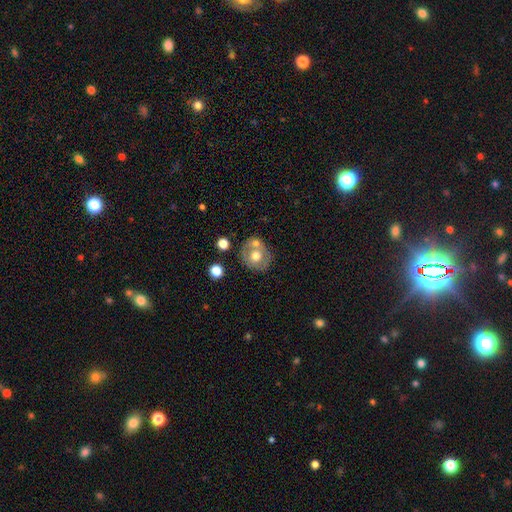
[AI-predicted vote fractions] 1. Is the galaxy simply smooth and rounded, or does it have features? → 55% smooth, 36% featured or disk, 8% star or artifact.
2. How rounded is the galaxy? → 81% round, 18% in between, 1% cigar-shaped.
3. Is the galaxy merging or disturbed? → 55% none, 26% merger, 14% minor disturbance, 5% major disturbance.